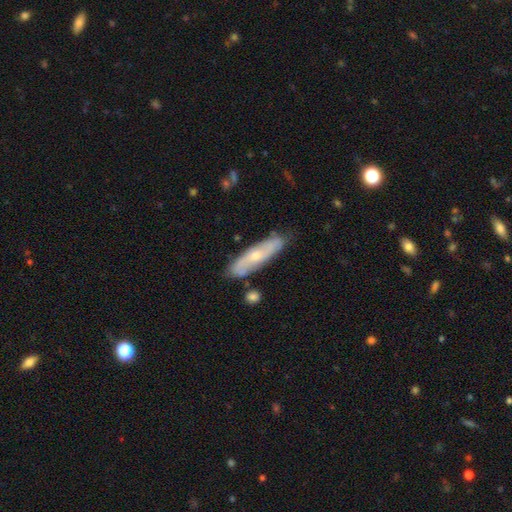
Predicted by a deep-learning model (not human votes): Morphology: type=featured or disk (54%); edge-on=no (63%); merging=none (80%).